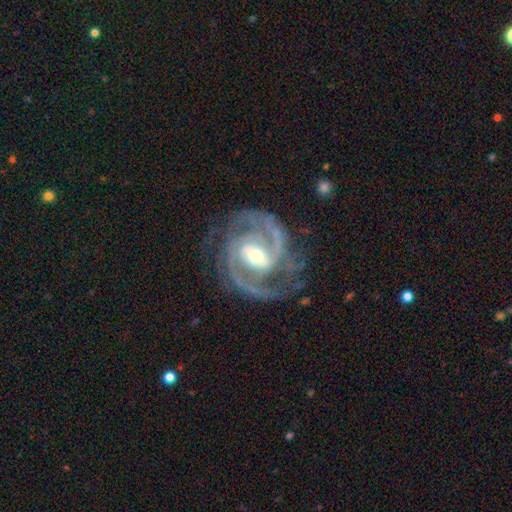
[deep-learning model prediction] Q: Smooth or featured?
A: featured or disk (93%); runner-up: star or artifact (4%)
Q: Edge-on disk?
A: no (98%); runner-up: yes (2%)
Q: Bar?
A: weak (42%); runner-up: strong (36%)
Q: Spiral arms?
A: yes (98%); runner-up: no (2%)
Q: Spiral winding?
A: medium (53%); runner-up: tight (37%)
Q: Spiral arm count?
A: 2 (72%); runner-up: 3 (13%)
Q: Bulge size?
A: moderate (55%); runner-up: small (37%)
Q: Merging?
A: none (71%); runner-up: minor disturbance (16%)